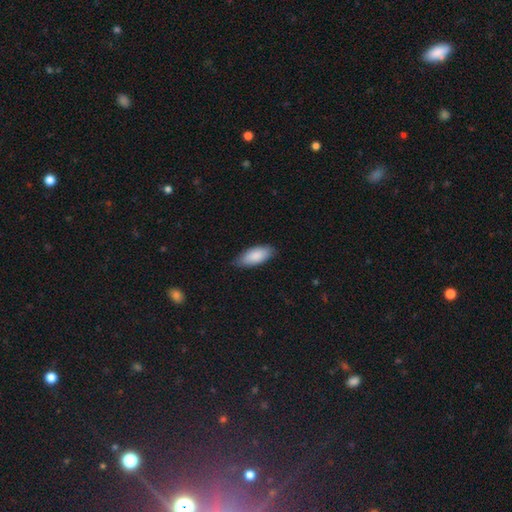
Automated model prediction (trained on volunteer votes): Morphology: type=smooth (87%); roundness=in between (86%); merging=none (77%).